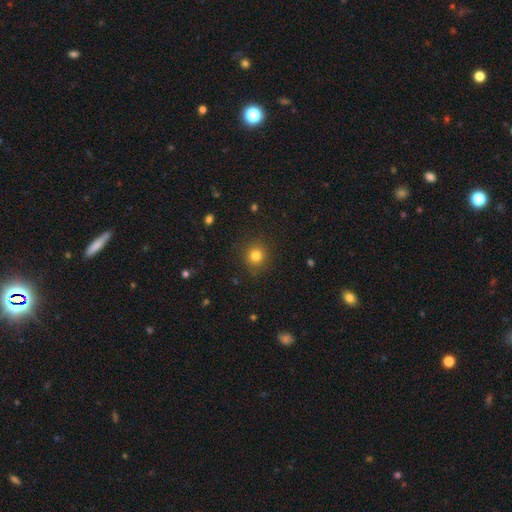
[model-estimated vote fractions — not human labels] Morphology: type=smooth (81%); roundness=round (91%); merging=none (88%).